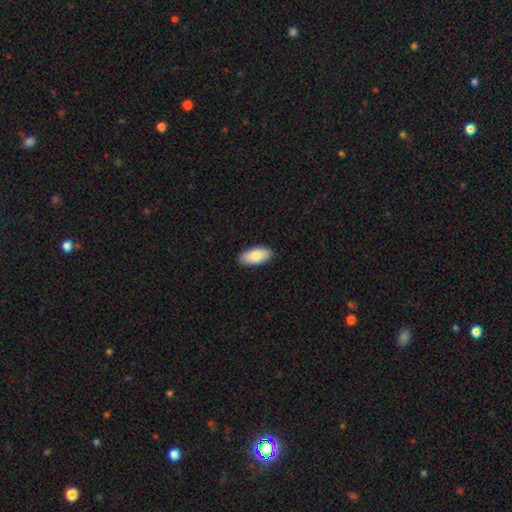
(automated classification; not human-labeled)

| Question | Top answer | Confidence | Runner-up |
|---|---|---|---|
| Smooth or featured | smooth | 85% | featured or disk (10%) |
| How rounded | in between | 92% | cigar-shaped (5%) |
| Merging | none | 90% | minor disturbance (7%) |